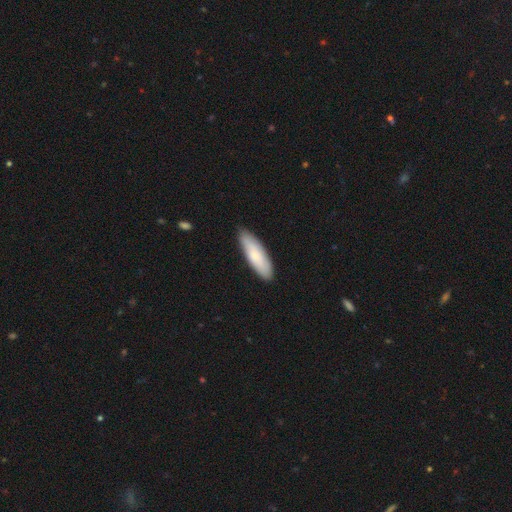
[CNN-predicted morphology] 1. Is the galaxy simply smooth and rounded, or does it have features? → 77% smooth, 18% featured or disk, 5% star or artifact.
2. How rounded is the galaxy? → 53% cigar-shaped, 46% in between, 1% round.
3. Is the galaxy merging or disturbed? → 87% none, 11% minor disturbance, 2% major disturbance, 1% merger.